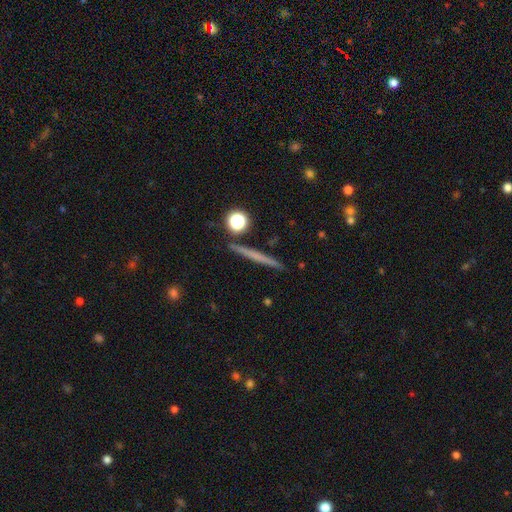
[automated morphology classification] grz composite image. It shows a featured or disk galaxy (47%). Merging: none (91%).